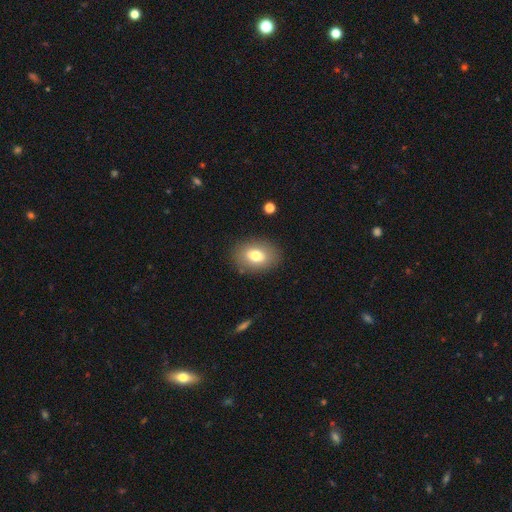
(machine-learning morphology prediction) Smooth or featured: smooth — 75% (featured or disk — 16%)
How rounded: in between — 76% (round — 22%)
Merging: none — 86% (minor disturbance — 10%)